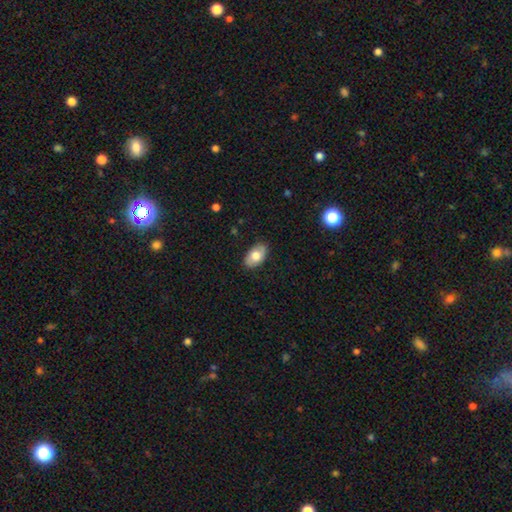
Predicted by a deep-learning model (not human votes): A smooth galaxy with no disk features (75%) that is in between round and cigar-shaped (93%).

Vote fractions:
- Smooth or featured? smooth: 75% / featured or disk: 18% / star or artifact: 7%
- How rounded? in between: 93% / round: 6% / cigar-shaped: 1%
- Merging? none: 85% / minor disturbance: 11% / major disturbance: 2% / merger: 1%